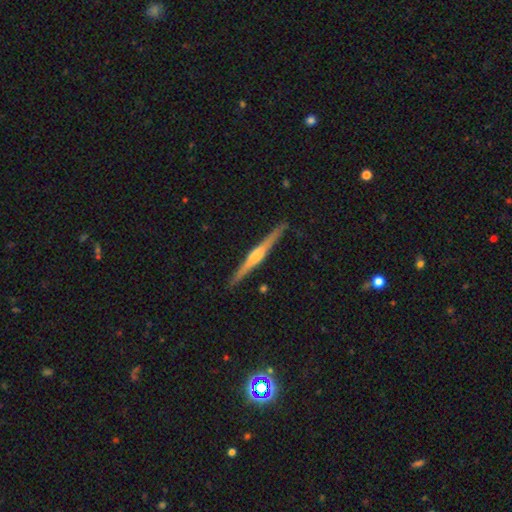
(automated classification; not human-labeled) Q: Smooth or featured?
A: featured or disk (79%); runner-up: smooth (16%)
Q: Edge-on disk?
A: yes (99%); runner-up: no (1%)
Q: Edge-on bulge?
A: rounded (78%); runner-up: boxy (14%)
Q: Merging?
A: none (92%); runner-up: minor disturbance (6%)